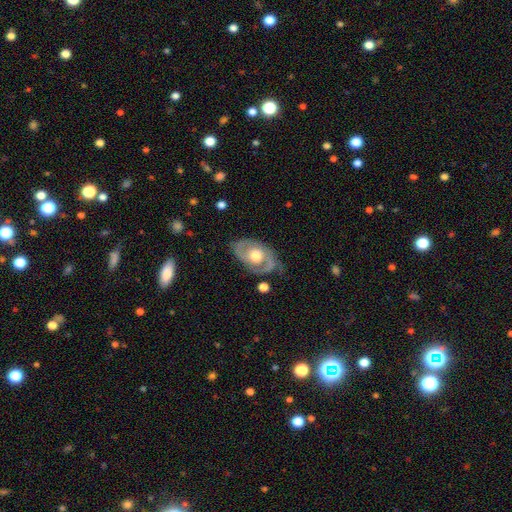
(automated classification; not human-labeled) featured or disk 75%, smooth 20%, star or artifact 5%. Down the decision tree: edge-on disk — no (94%); bar — no (77%); spiral arms — yes (77%); spiral arm count — 2 (73%); spiral winding — medium (43%); bulge size — moderate (66%); merging — none (64%).